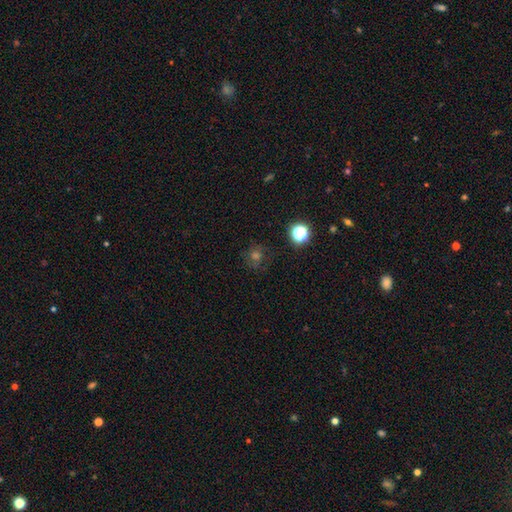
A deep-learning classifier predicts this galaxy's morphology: smooth 50%, star or artifact 34%, featured or disk 16%. Down the decision tree: how rounded — round (88%); merging — none (80%).